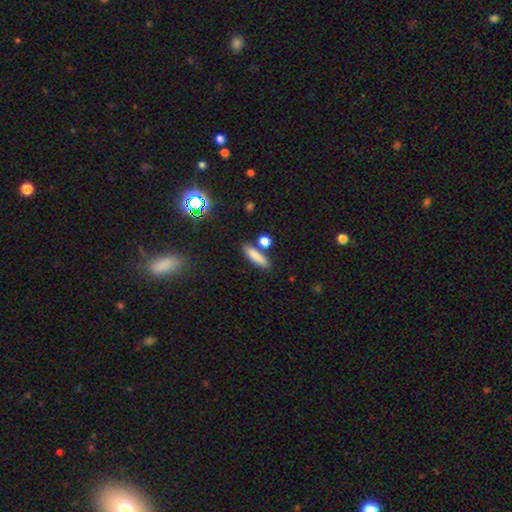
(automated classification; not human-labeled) smooth-or-featured: smooth: 81% | star or artifact: 9% | featured or disk: 9%
  how-rounded: cigar-shaped: 65% | in between: 30% | round: 5%
  merging: none: 78% | minor disturbance: 10% | merger: 9% | major disturbance: 3%